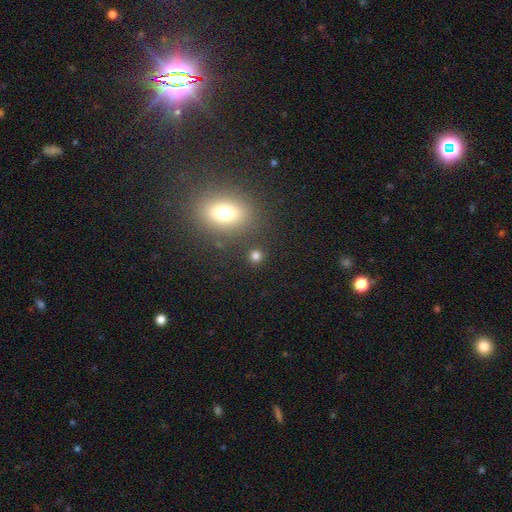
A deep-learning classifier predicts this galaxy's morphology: The model was most divided on "smooth or featured": smooth: 78%, star or artifact: 16%, featured or disk: 6%. More confident: how rounded — round (84%); merging — none (84%).